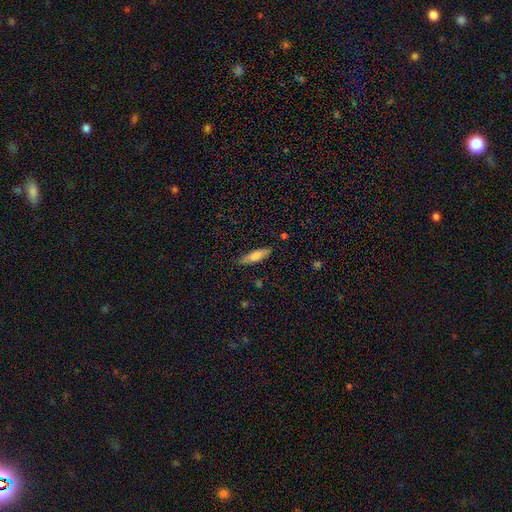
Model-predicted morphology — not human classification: Q: Smooth or featured?
A: smooth (73%); runner-up: featured or disk (21%)
Q: How rounded?
A: cigar-shaped (54%); runner-up: in between (44%)
Q: Merging?
A: none (83%); runner-up: minor disturbance (13%)